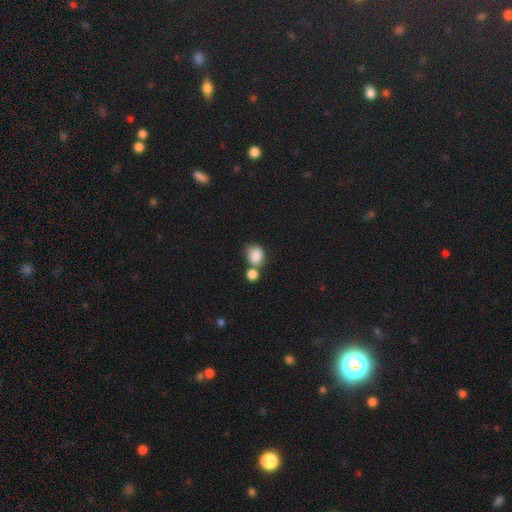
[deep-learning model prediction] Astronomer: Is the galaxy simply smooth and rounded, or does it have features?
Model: smooth — 84%.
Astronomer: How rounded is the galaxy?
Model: round — 51% (runner-up: in between, 48%).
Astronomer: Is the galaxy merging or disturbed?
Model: none — 41% (runner-up: merger, 40%).